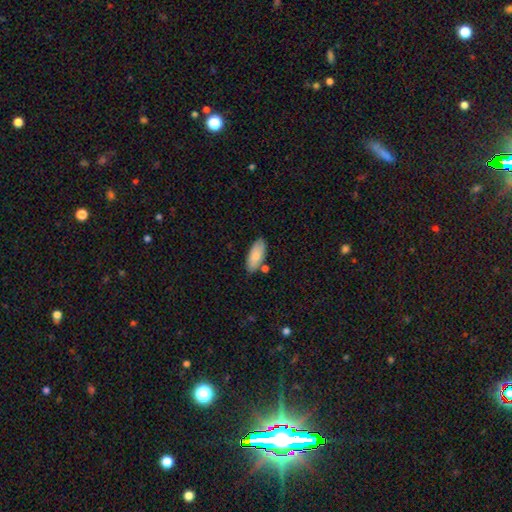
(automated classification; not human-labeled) A smooth galaxy with no disk features (83%) that is in between round and cigar-shaped (85%).

Vote fractions:
- Smooth or featured? smooth: 83% / featured or disk: 11% / star or artifact: 6%
- How rounded? in between: 85% / cigar-shaped: 13% / round: 2%
- Merging? none: 75% / minor disturbance: 15% / merger: 8% / major disturbance: 3%